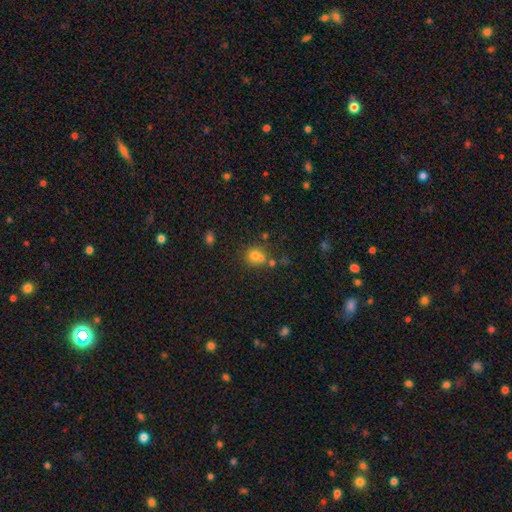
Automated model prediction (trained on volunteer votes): smooth-or-featured: smooth: 69% | star or artifact: 18% | featured or disk: 14%
  how-rounded: round: 80% | in between: 19% | cigar-shaped: 1%
  merging: none: 48% | merger: 36% | minor disturbance: 11% | major disturbance: 5%